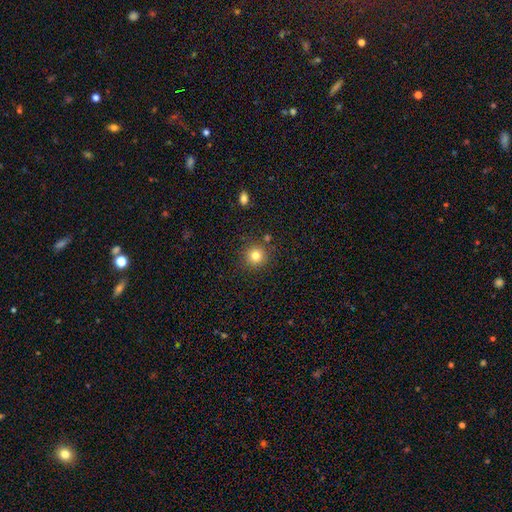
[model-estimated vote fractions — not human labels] This is clearly a smooth galaxy (81%). How rounded: clearly round (94%). Merging: clearly none (86%).